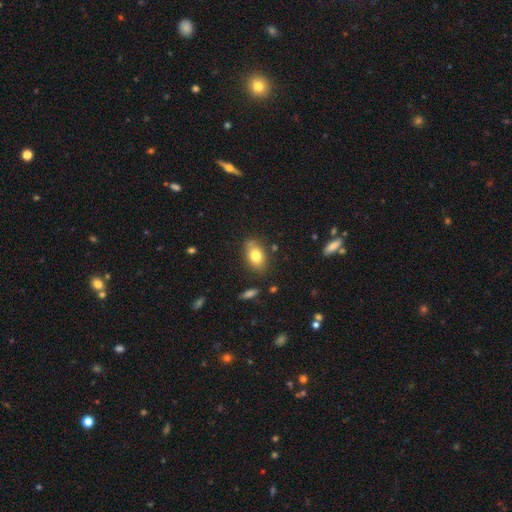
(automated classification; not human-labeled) This appears to be a smooth galaxy with no disk features (78%) that is in between round and cigar-shaped (87%). Merging: none (78%).